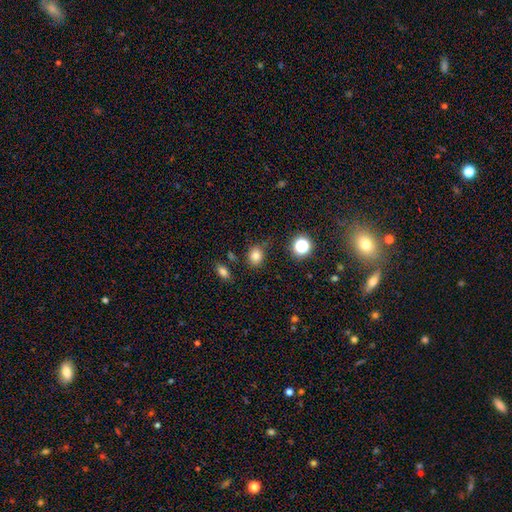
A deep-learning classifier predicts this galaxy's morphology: Q: Smooth or featured?
A: smooth (79%); runner-up: star or artifact (14%)
Q: How rounded?
A: round (63%); runner-up: in between (36%)
Q: Merging?
A: none (78%); runner-up: minor disturbance (14%)